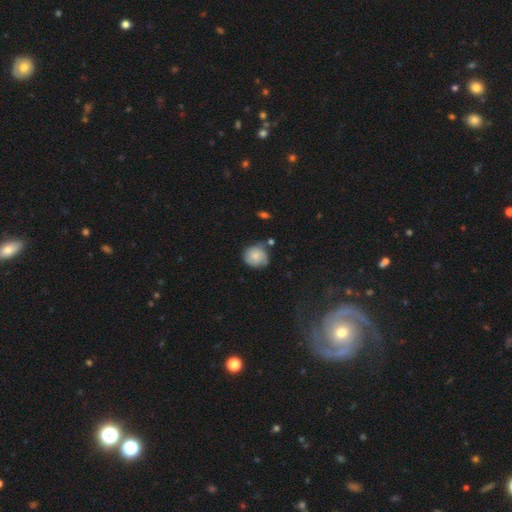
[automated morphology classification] Smooth or featured: smooth — 70% (featured or disk — 23%)
How rounded: round — 80% (in between — 19%)
Merging: none — 58% (minor disturbance — 29%)